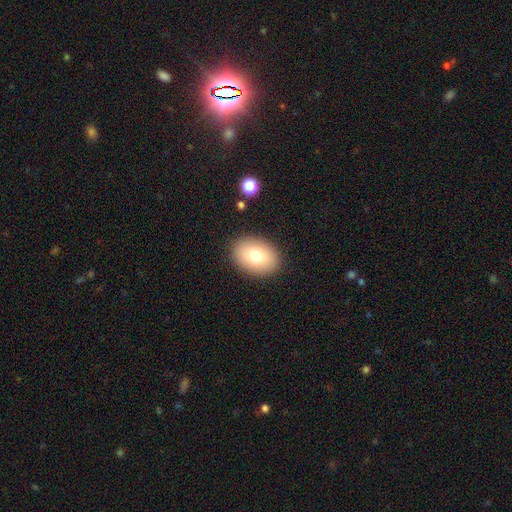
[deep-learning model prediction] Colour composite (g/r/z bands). It shows a smooth galaxy with no disk features (76%) that is in between round and cigar-shaped (76%). Merging: none (88%).